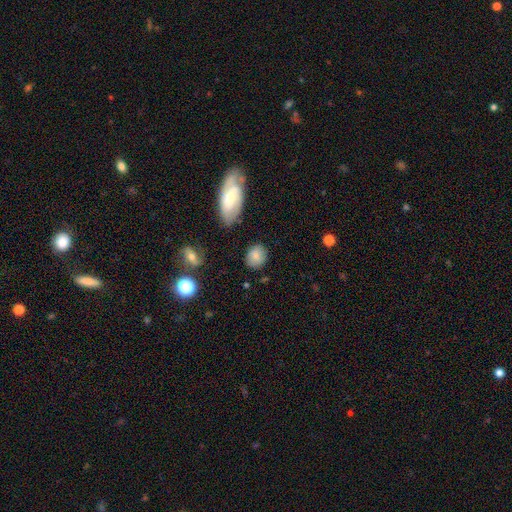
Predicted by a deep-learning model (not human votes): smooth-or-featured: smooth: 80% | featured or disk: 11% | star or artifact: 9%
  how-rounded: round: 61% | in between: 37% | cigar-shaped: 2%
  merging: none: 80% | minor disturbance: 13% | major disturbance: 4% | merger: 3%